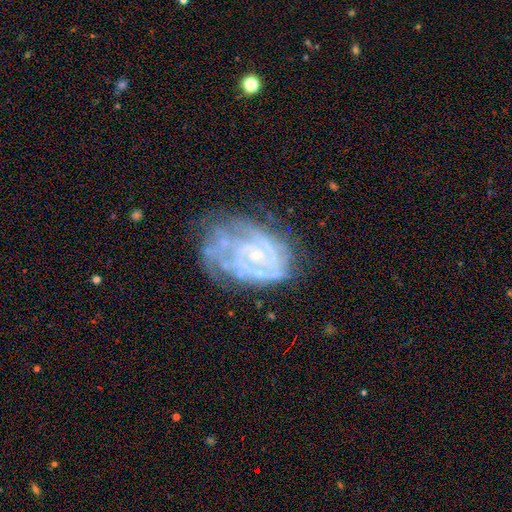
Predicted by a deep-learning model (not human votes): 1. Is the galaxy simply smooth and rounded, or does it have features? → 84% featured or disk, 9% smooth, 8% star or artifact.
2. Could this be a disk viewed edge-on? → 98% no, 2% yes.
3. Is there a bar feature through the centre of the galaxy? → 67% no, 26% weak, 7% strong.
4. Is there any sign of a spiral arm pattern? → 89% yes, 11% no.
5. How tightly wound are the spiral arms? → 67% tight, 26% medium, 7% loose.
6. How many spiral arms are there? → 36% can't tell, 25% 2, 18% 3, 9% 4, 6% 1, 6% more than 4.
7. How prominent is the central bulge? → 75% small, 18% moderate, 5% none, 1% large, 1% dominant.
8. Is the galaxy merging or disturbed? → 52% none, 26% minor disturbance, 18% major disturbance, 4% merger.